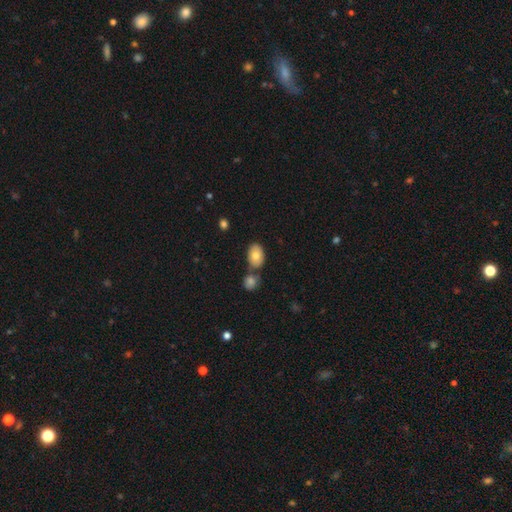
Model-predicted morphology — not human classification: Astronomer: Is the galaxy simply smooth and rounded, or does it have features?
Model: smooth — 80%.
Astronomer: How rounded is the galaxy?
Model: in between — 88%.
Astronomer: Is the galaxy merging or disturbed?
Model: none — 61%.